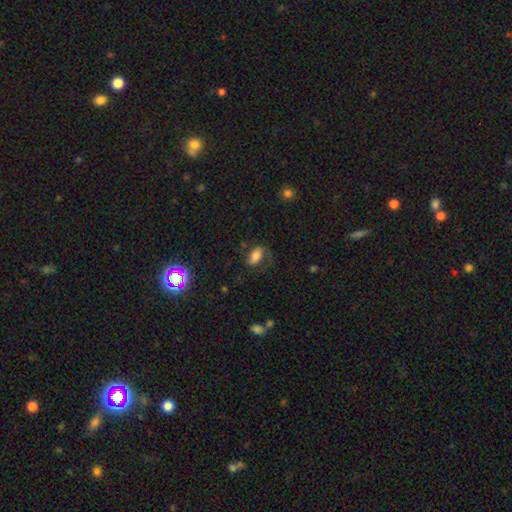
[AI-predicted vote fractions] The model was most divided on "merging": none: 60%, minor disturbance: 22%, major disturbance: 16%, merger: 2%. More confident: how rounded — in between (89%); smooth or featured — smooth (69%).